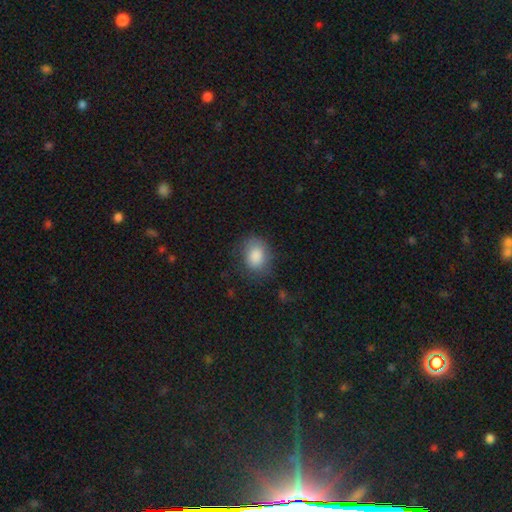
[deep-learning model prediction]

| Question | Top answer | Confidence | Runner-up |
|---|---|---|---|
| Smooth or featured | smooth | 85% | star or artifact (8%) |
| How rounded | in between | 59% | round (40%) |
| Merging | none | 69% | minor disturbance (21%) |